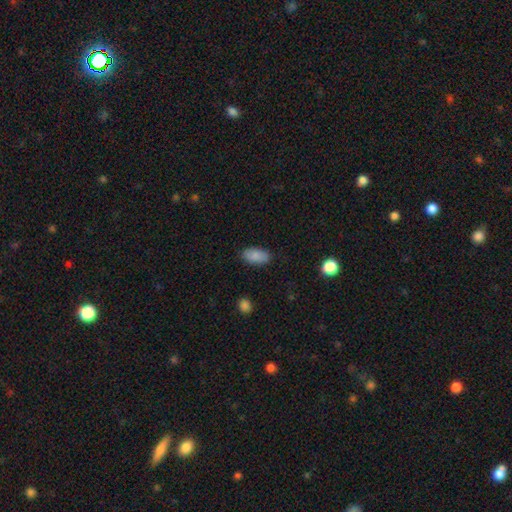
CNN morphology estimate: A smooth galaxy with no disk features (87%) that is in between round and cigar-shaped (93%).

Vote fractions:
- Smooth or featured? smooth: 87% / star or artifact: 7% / featured or disk: 6%
- How rounded? in between: 93% / round: 3% / cigar-shaped: 3%
- Merging? none: 84% / minor disturbance: 12% / major disturbance: 3% / merger: 1%